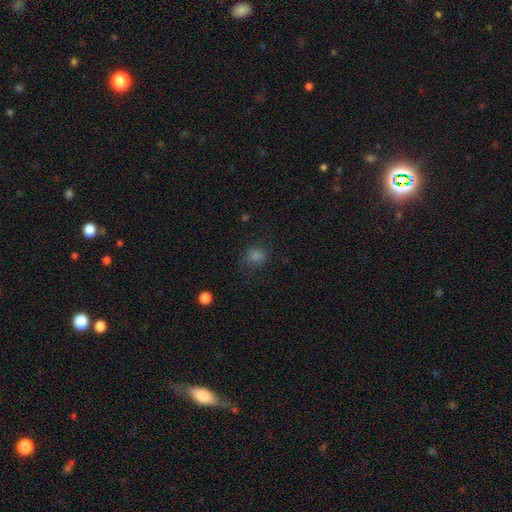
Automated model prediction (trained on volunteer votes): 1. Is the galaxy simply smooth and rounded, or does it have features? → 73% smooth, 20% star or artifact, 6% featured or disk.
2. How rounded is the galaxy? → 53% round, 45% in between, 2% cigar-shaped.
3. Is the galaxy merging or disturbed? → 76% none, 15% minor disturbance, 7% major disturbance, 1% merger.